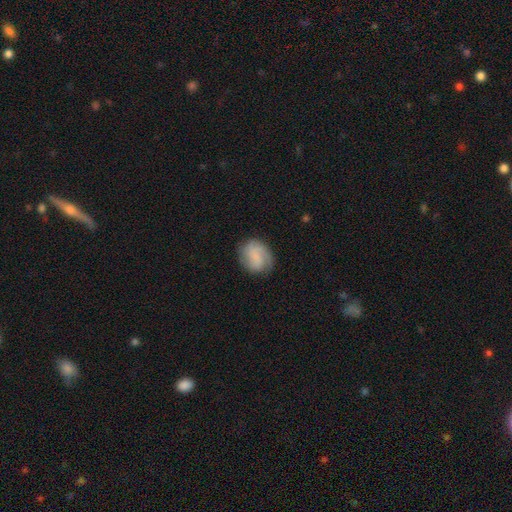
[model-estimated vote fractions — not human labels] A smooth galaxy with no disk features (60%) that is round (56%). Merging: none (75%).